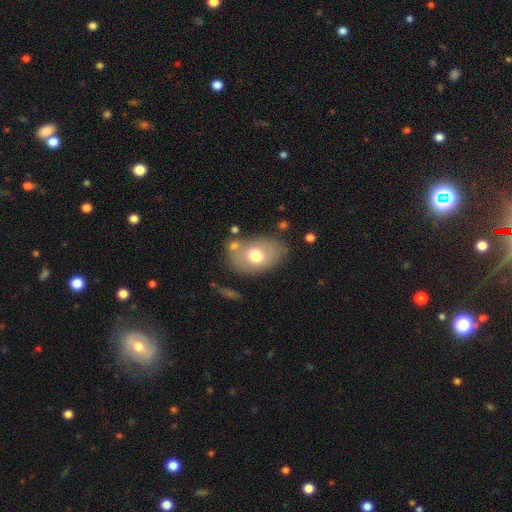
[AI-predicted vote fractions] smooth_or_featured: smooth (p=0.66) [alt: featured or disk p=0.26]
how_rounded: in between (p=0.82) [alt: round p=0.17]
merging: none (p=0.67) [alt: minor disturbance p=0.18]